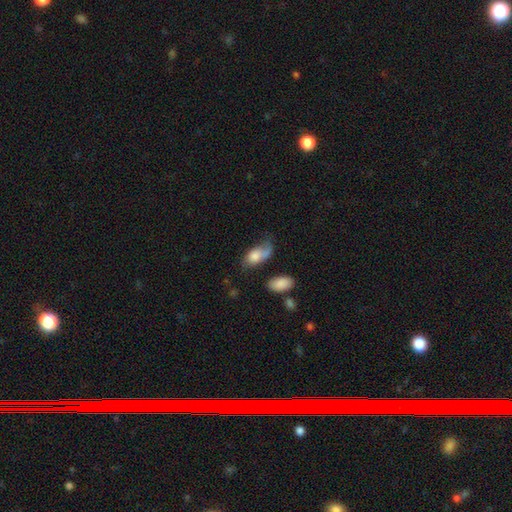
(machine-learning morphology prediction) smooth_or_featured: smooth (p=0.70) [alt: featured or disk p=0.23]
how_rounded: in between (p=0.89) [alt: round p=0.07]
merging: major disturbance (p=0.33) [alt: none p=0.30]